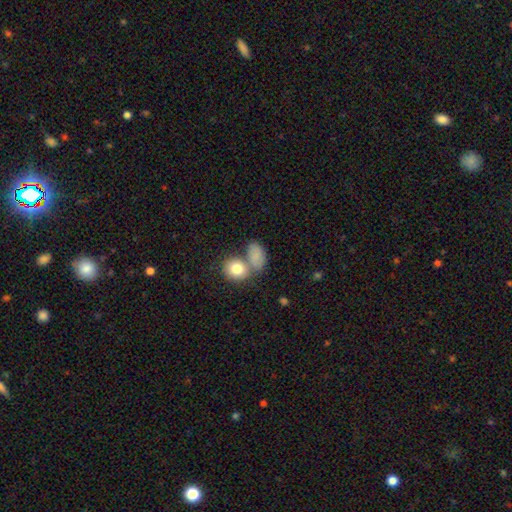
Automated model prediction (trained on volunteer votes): Morphology: type=smooth (81%); roundness=in between (75%); merging=none (39%).